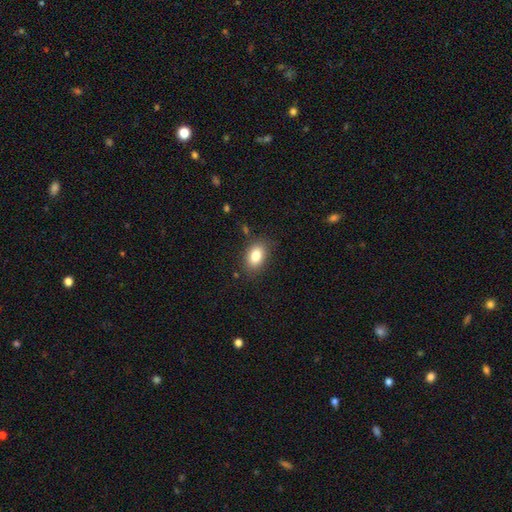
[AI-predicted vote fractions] smooth_or_featured: smooth (p=0.82) [alt: featured or disk p=0.09]
how_rounded: in between (p=0.82) [alt: round p=0.17]
merging: none (p=0.83) [alt: minor disturbance p=0.12]